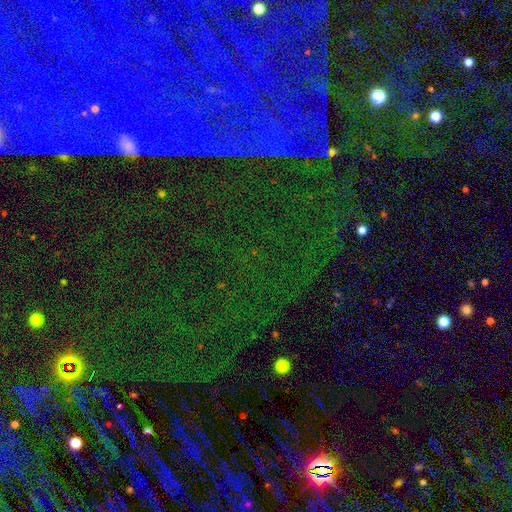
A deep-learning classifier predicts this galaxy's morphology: star or artifact 77%, featured or disk 12%, smooth 11%.